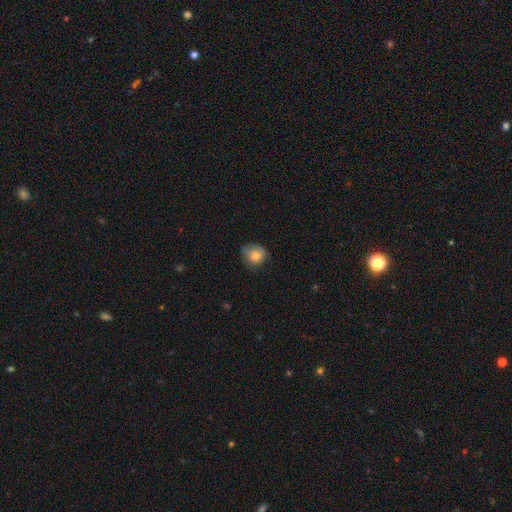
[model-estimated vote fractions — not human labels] Morphology: type=smooth (78%); roundness=round (77%); merging=none (62%).